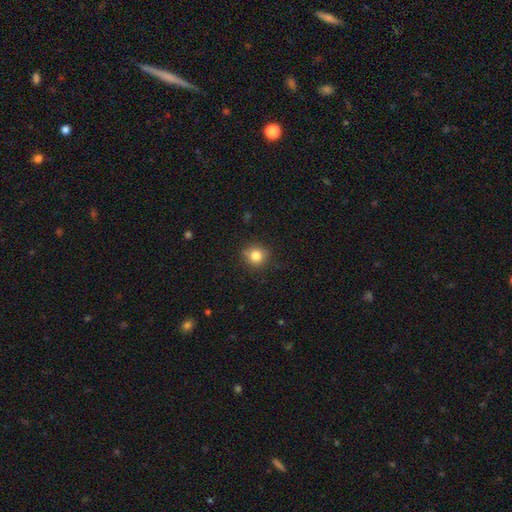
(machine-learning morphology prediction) Overall: smooth (83%). How rounded: round (89%). Merging: none (85%).